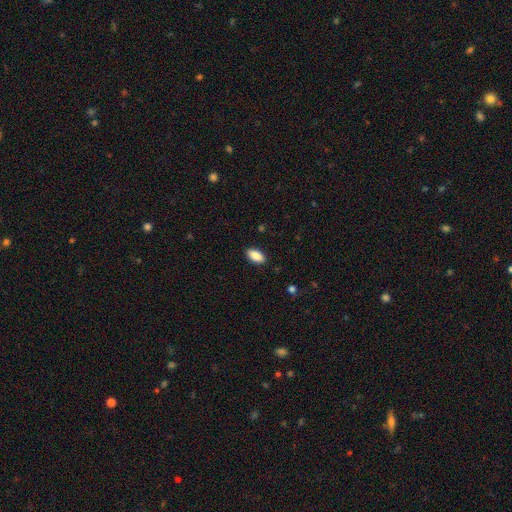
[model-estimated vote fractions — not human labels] The model was most divided on "merging": none: 89%, minor disturbance: 8%, major disturbance: 2%, merger: 1%. More confident: how rounded — in between (93%); smooth or featured — smooth (89%).